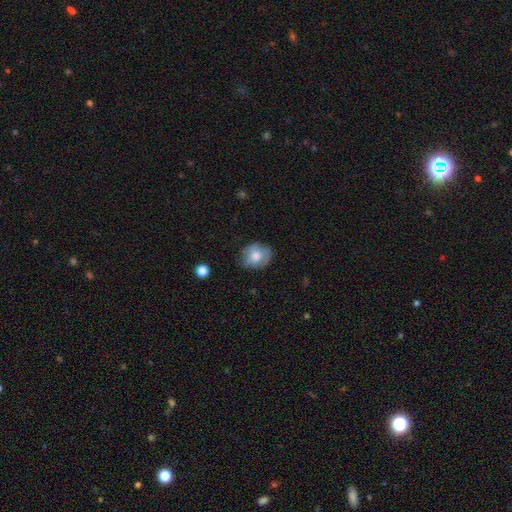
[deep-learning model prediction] A smooth galaxy with no disk features (67%) that is round (57%).

Vote fractions:
- Smooth or featured? smooth: 67% / featured or disk: 25% / star or artifact: 8%
- How rounded? round: 57% / in between: 42% / cigar-shaped: 1%
- Merging? none: 67% / minor disturbance: 24% / major disturbance: 7% / merger: 2%